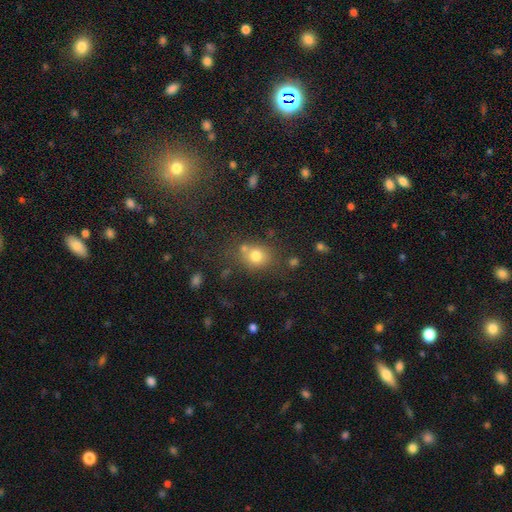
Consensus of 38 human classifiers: Q: Smooth or featured?
A: smooth (84%); runner-up: featured or disk (8%)
Q: How rounded?
A: round (66%); runner-up: in between (34%)
Q: Merging?
A: none (66%); runner-up: merger (14%)